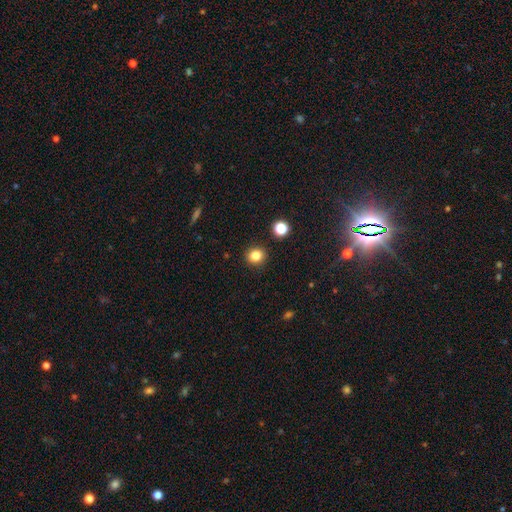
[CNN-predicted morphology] smooth 83%, star or artifact 12%, featured or disk 5%. Down the decision tree: how rounded — round (79%); merging — none (90%).